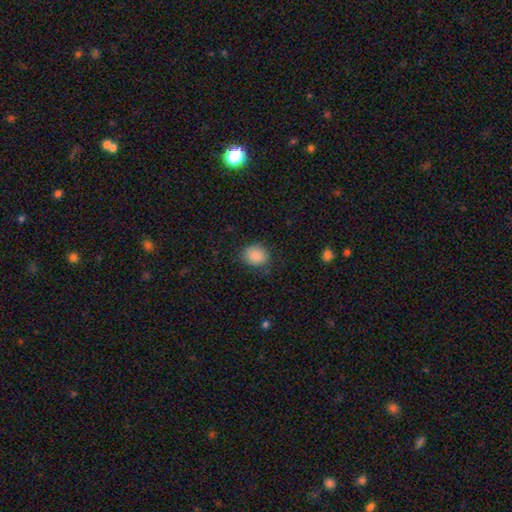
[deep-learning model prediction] Q: Smooth or featured?
A: smooth (88%); runner-up: star or artifact (9%)
Q: How rounded?
A: round (61%); runner-up: in between (38%)
Q: Merging?
A: none (80%); runner-up: minor disturbance (14%)